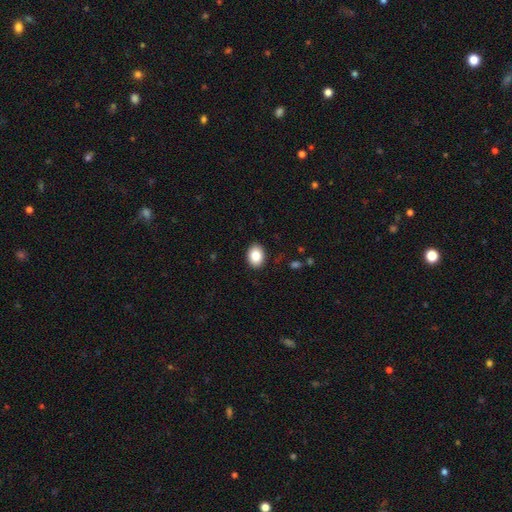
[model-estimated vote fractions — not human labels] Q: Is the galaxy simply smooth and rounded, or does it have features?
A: smooth — 86%.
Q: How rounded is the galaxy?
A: in between — 70%.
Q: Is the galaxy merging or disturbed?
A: none — 89%.